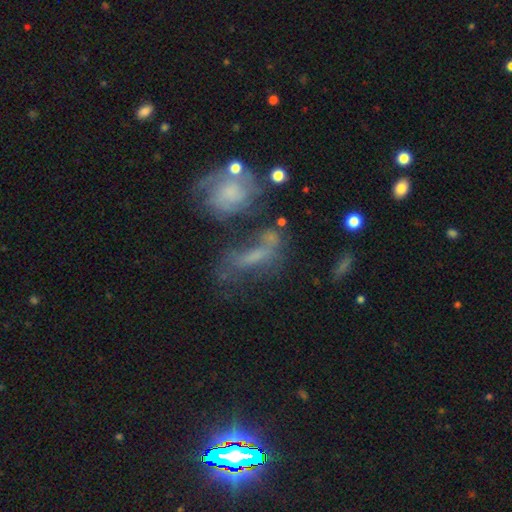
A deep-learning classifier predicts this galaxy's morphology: Overall: featured or disk (46%; smooth 34%). Merging: none (33%; merger 31%).